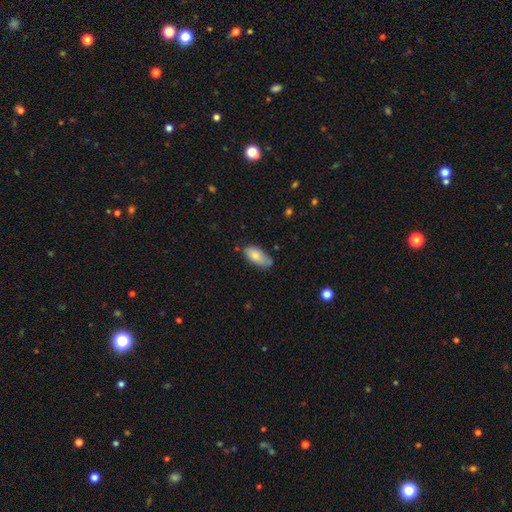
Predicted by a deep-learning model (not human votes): smooth-or-featured: smooth: 80% | featured or disk: 14% | star or artifact: 7%
  how-rounded: in between: 90% | cigar-shaped: 8% | round: 2%
  merging: none: 64% | minor disturbance: 28% | major disturbance: 5% | merger: 3%